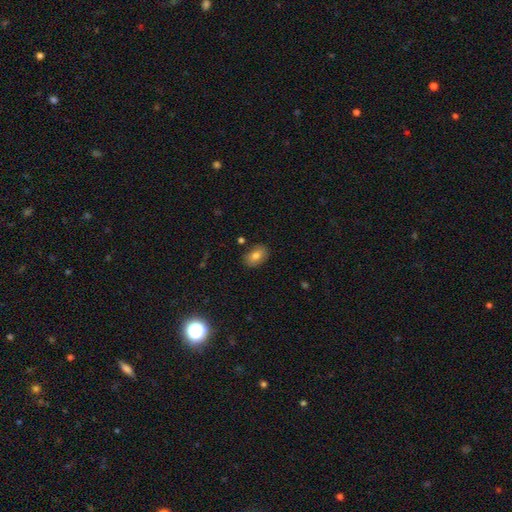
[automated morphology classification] Smooth or featured? Predicted: smooth (p=0.78). How rounded? Predicted: in between (p=0.84). Merging? Predicted: none (p=0.85).